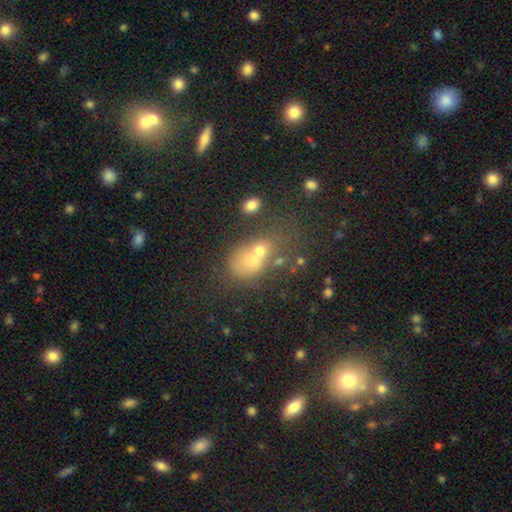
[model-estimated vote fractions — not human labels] A smooth galaxy with no disk features (58%) that is in between round and cigar-shaped (64%).

Vote fractions:
- Smooth or featured? smooth: 58% / featured or disk: 21% / star or artifact: 20%
- How rounded? in between: 64% / round: 33% / cigar-shaped: 3%
- Merging? merger: 43% / none: 27% / major disturbance: 16% / minor disturbance: 14%